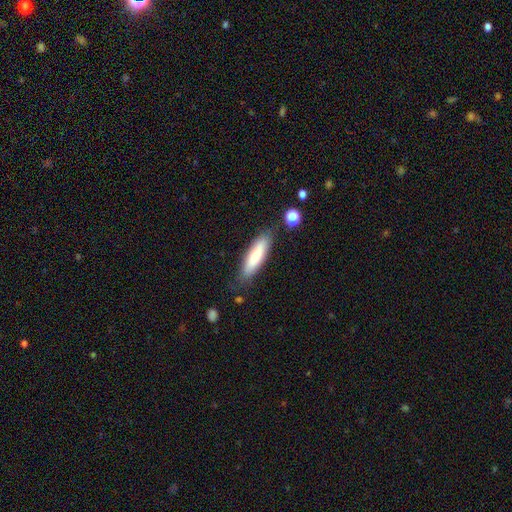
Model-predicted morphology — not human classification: Smooth or featured? smooth (79%)
How rounded? cigar-shaped (66%)
Merging? none (79%)